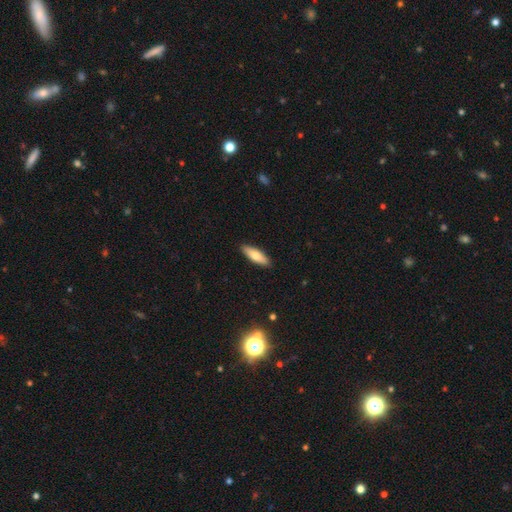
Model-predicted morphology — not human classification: A smooth galaxy with no disk features (75%) that is in between round and cigar-shaped (53%). Merging: none (90%).